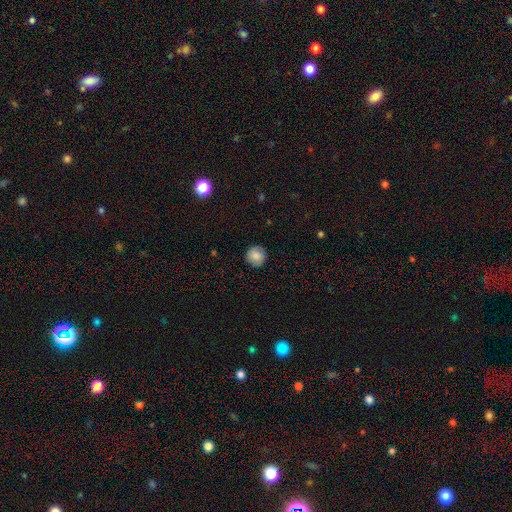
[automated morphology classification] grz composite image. It shows a smooth galaxy with no disk features (81%) that is round (94%). Merging: none (88%).